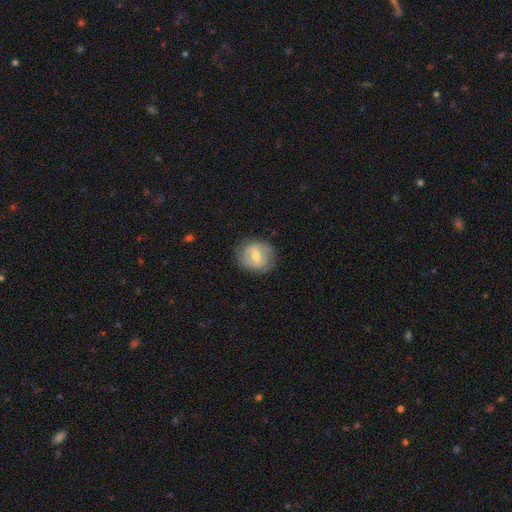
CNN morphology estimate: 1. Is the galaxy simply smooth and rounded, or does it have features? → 58% featured or disk, 35% smooth, 7% star or artifact.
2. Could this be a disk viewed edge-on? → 95% no, 5% yes.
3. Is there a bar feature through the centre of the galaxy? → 48% weak, 31% strong, 21% no.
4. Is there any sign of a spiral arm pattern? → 52% no, 48% yes.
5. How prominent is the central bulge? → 68% moderate, 25% small, 4% large, 1% none, 1% dominant.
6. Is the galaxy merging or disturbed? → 76% none, 16% minor disturbance, 6% major disturbance, 1% merger.